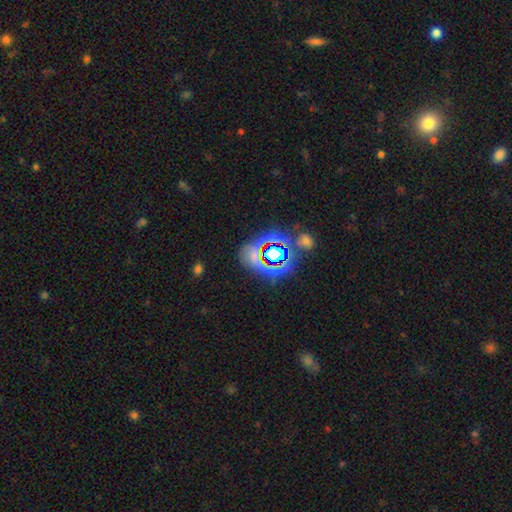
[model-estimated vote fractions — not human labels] This is possibly a star or artifact rather than a galaxy (59%).